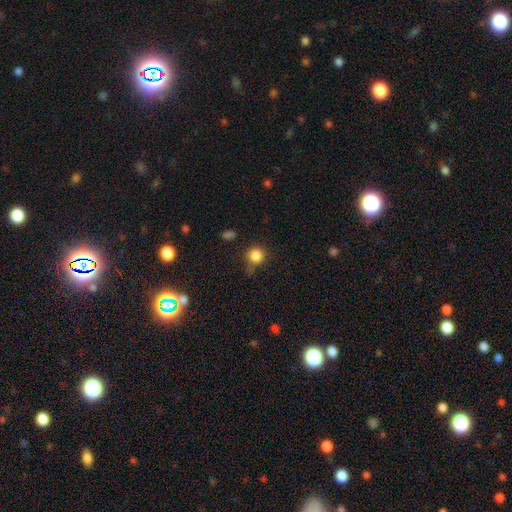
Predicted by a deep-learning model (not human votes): Smooth or featured? smooth (84%)
How rounded? round (91%)
Merging? none (67%)